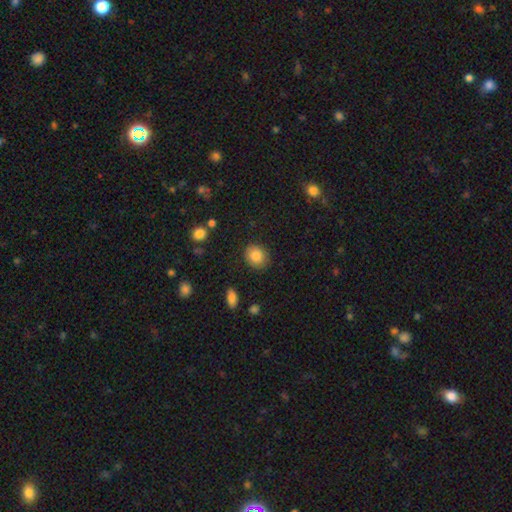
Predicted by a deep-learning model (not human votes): Morphology: type=smooth (83%); roundness=round (62%); merging=none (87%).